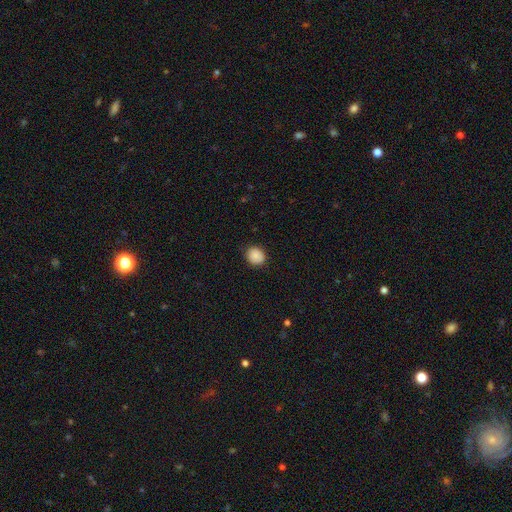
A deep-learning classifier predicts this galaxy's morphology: Smooth or featured? Predicted: smooth (p=0.89). How rounded? Predicted: round (p=0.74). Merging? Predicted: none (p=0.86).